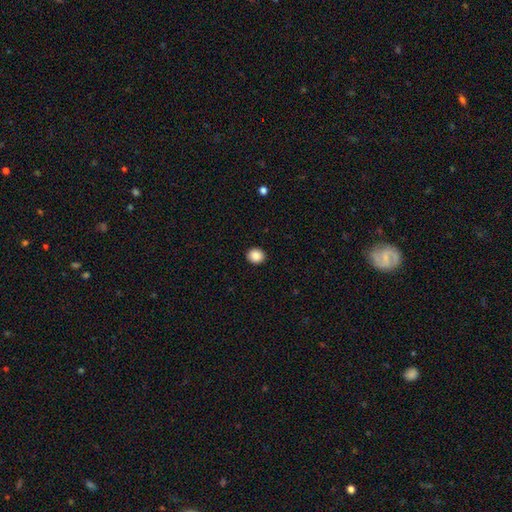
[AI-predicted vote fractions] Smooth or featured? Predicted: smooth (p=0.88). How rounded? Predicted: round (p=0.76). Merging? Predicted: none (p=0.92).